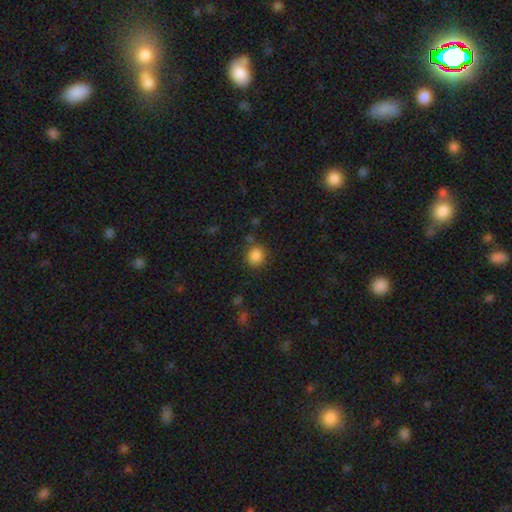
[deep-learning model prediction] Overall: smooth (86%). How rounded: round (81%). Merging: none (82%).